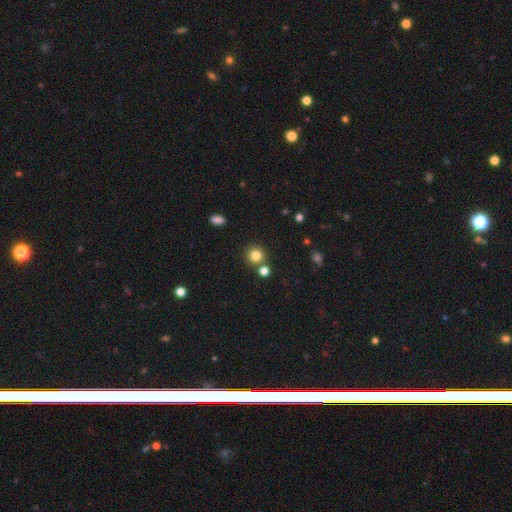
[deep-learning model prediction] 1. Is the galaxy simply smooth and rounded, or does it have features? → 81% smooth, 13% star or artifact, 6% featured or disk.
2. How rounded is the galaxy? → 92% round, 7% in between, 1% cigar-shaped.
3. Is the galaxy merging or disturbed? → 78% none, 12% merger, 7% minor disturbance, 3% major disturbance.